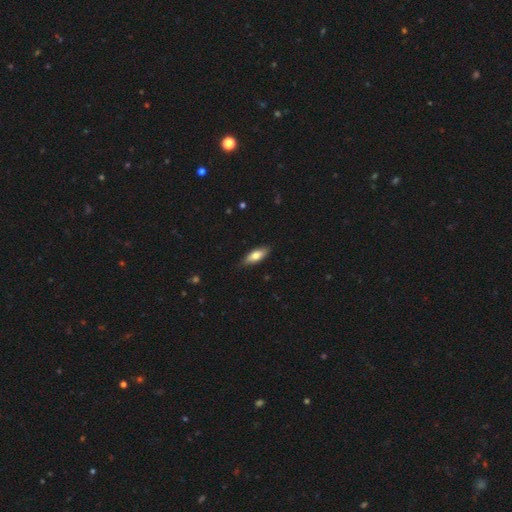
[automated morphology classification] smooth-or-featured: smooth: 73% | featured or disk: 21% | star or artifact: 6%
  how-rounded: in between: 68% | cigar-shaped: 30% | round: 2%
  merging: none: 84% | minor disturbance: 13% | major disturbance: 2% | merger: 1%